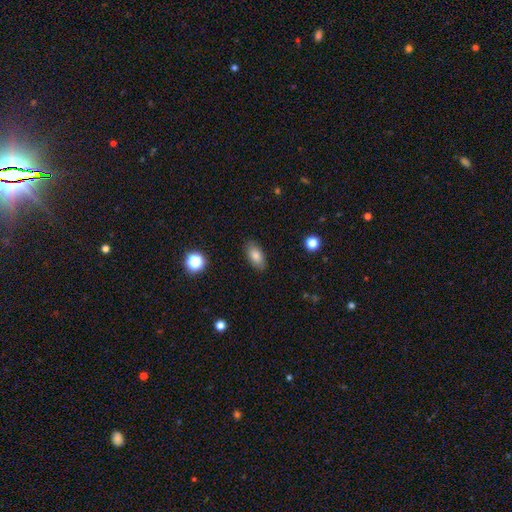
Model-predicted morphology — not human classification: This appears to be a smooth galaxy with no disk features (83%) that is in between round and cigar-shaped (90%). Merging: none (87%).